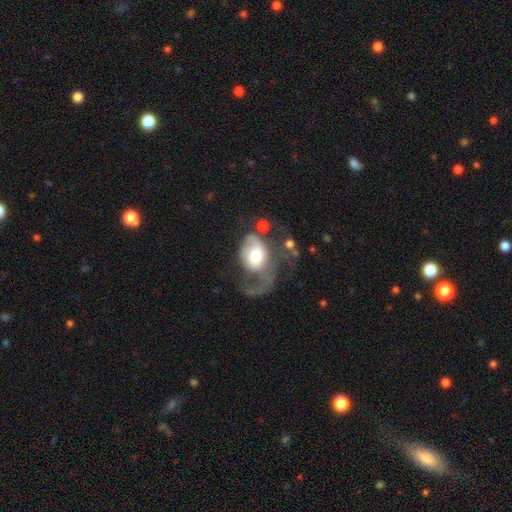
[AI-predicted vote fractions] The model was most divided on "smooth or featured": smooth: 49%, featured or disk: 45%, star or artifact: 7%. More confident: merging — major disturbance (62%).